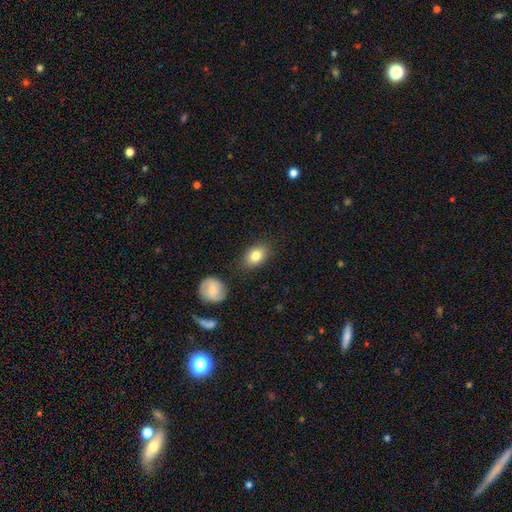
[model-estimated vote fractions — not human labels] Overall: smooth (83%). How rounded: in between (78%). Merging: none (82%).